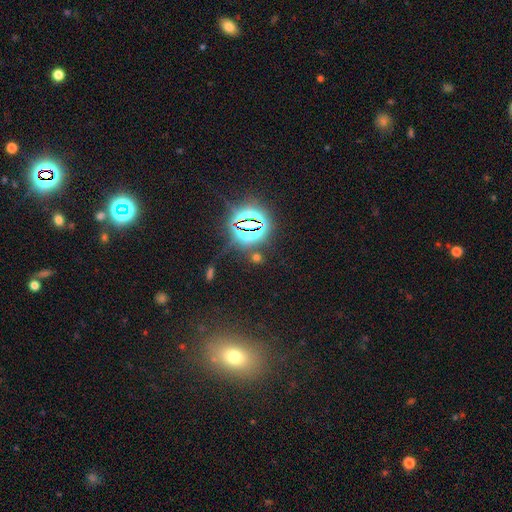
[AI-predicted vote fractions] star or artifact 76%, smooth 15%, featured or disk 8%.